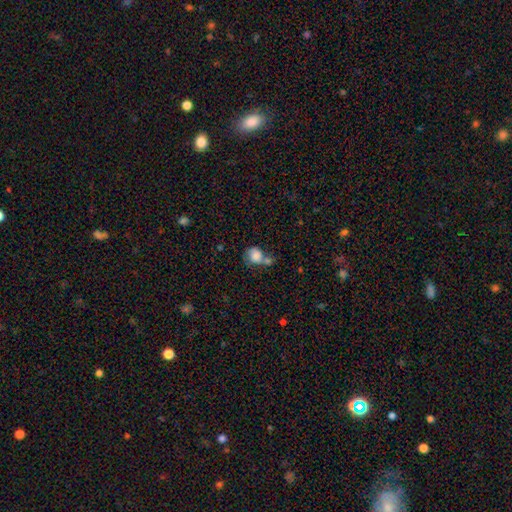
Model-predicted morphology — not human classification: Smooth or featured: smooth — 79% (featured or disk — 12%)
How rounded: round — 71% (in between — 28%)
Merging: merger — 48% (none — 26%)